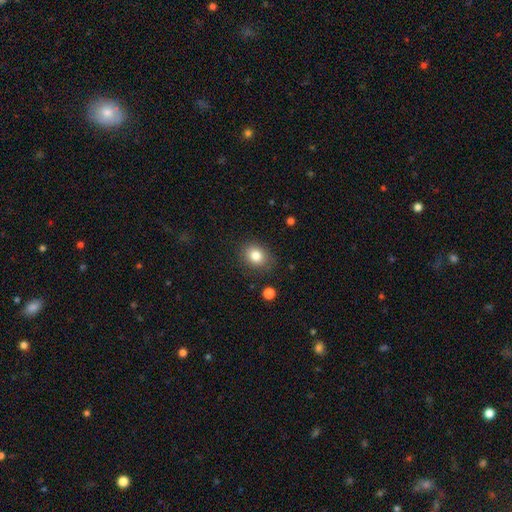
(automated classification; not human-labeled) This is clearly a smooth galaxy (82%). How rounded: possibly round (53%). Merging: clearly none (82%).